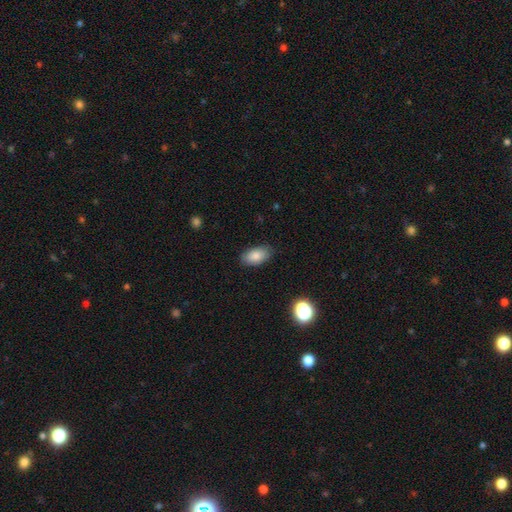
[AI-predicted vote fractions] Smooth or featured?
  - smooth: 83% *
  - featured or disk: 9%
  - star or artifact: 8%
How rounded?
  - in between: 93% *
  - round: 5%
  - cigar-shaped: 2%
Merging?
  - none: 82% *
  - minor disturbance: 14%
  - major disturbance: 3%
  - merger: 1%